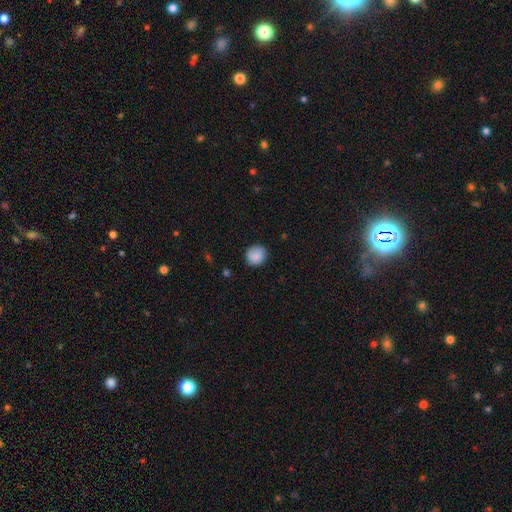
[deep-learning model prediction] Smooth or featured?
  - smooth: 88% *
  - star or artifact: 8%
  - featured or disk: 4%
How rounded?
  - round: 84% *
  - in between: 15%
  - cigar-shaped: 1%
Merging?
  - none: 87% *
  - minor disturbance: 10%
  - major disturbance: 2%
  - merger: 1%